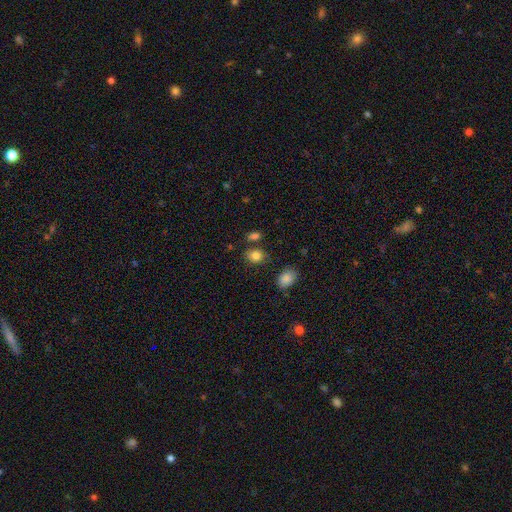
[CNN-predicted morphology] smooth-or-featured: smooth: 84% | star or artifact: 10% | featured or disk: 6%
  how-rounded: in between: 56% | round: 43% | cigar-shaped: 1%
  merging: none: 73% | minor disturbance: 14% | merger: 9% | major disturbance: 4%